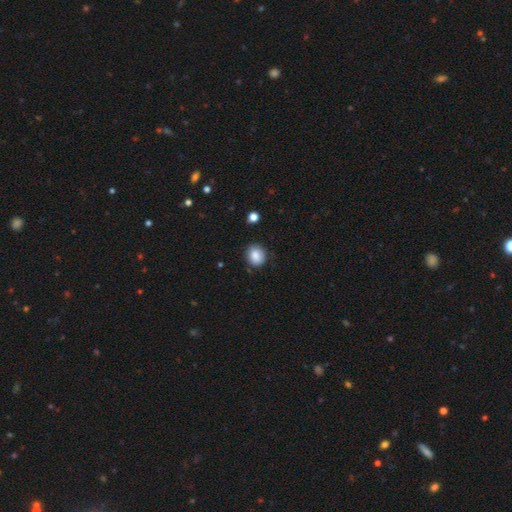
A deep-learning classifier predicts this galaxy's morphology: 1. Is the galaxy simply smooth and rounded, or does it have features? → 86% smooth, 9% star or artifact, 5% featured or disk.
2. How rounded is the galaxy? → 69% round, 30% in between, 1% cigar-shaped.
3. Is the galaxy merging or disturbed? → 83% none, 13% minor disturbance, 3% major disturbance, 2% merger.